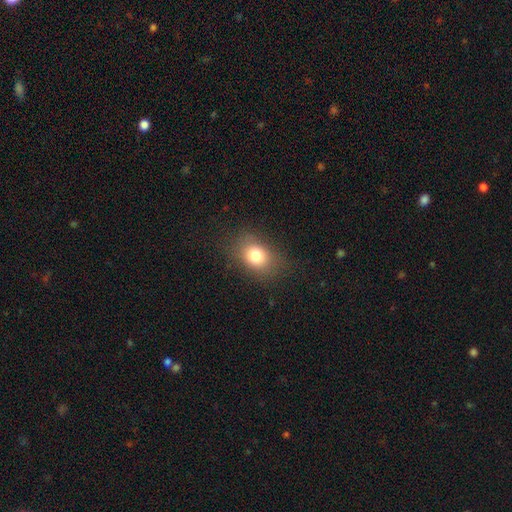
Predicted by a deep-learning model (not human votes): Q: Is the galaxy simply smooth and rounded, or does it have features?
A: smooth — 79%.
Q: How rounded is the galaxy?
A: in between — 61%.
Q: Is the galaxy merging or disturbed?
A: none — 78%.